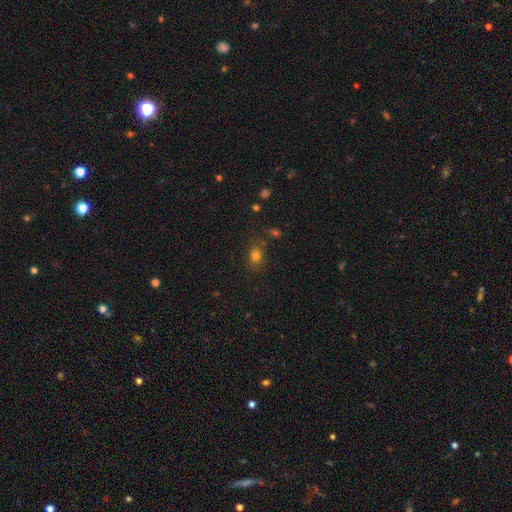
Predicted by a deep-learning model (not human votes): Morphology: type=smooth (78%); roundness=in between (54%); merging=none (76%).